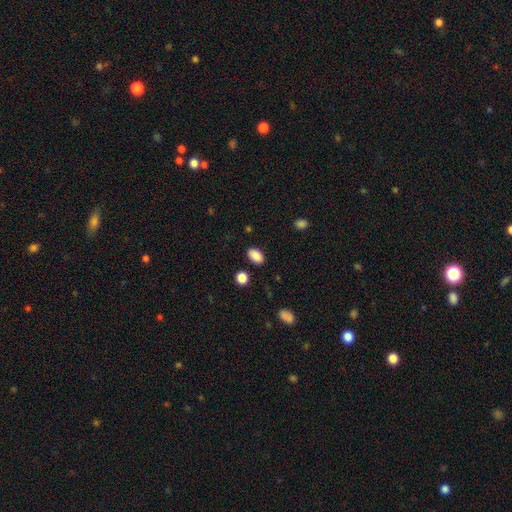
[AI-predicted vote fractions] A smooth galaxy with no disk features (88%) that is in between round and cigar-shaped (89%).

Vote fractions:
- Smooth or featured? smooth: 88% / star or artifact: 8% / featured or disk: 4%
- How rounded? in between: 89% / round: 9% / cigar-shaped: 2%
- Merging? none: 87% / minor disturbance: 9% / major disturbance: 3% / merger: 2%